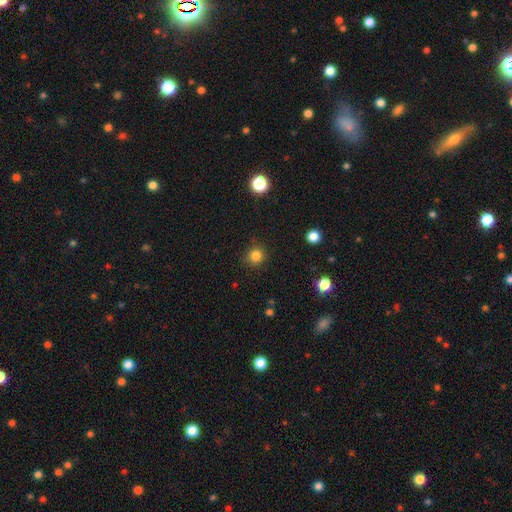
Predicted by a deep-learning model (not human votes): This is clearly a smooth galaxy (83%). How rounded: clearly round (90%). Merging: clearly none (87%).